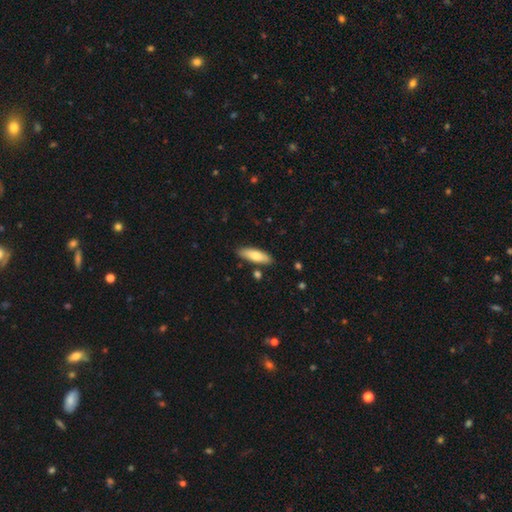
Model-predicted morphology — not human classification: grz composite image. It shows a smooth galaxy with no disk features (77%) that is in between round and cigar-shaped (51%). Merging: none (85%).